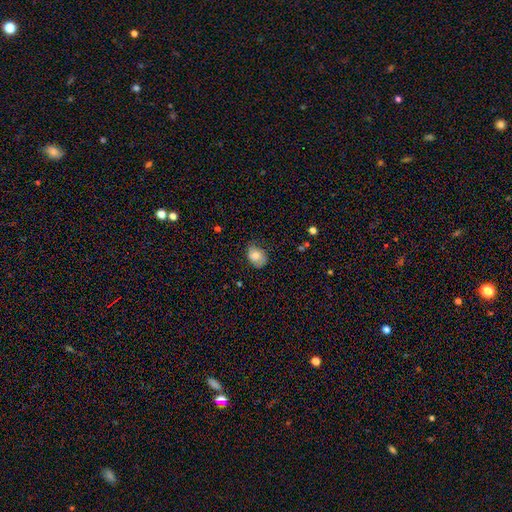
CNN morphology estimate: A smooth galaxy with no disk features (80%) that is in between round and cigar-shaped (68%).

Vote fractions:
- Smooth or featured? smooth: 80% / featured or disk: 13% / star or artifact: 8%
- How rounded? in between: 68% / round: 31% / cigar-shaped: 1%
- Merging? none: 64% / minor disturbance: 28% / major disturbance: 7% / merger: 1%